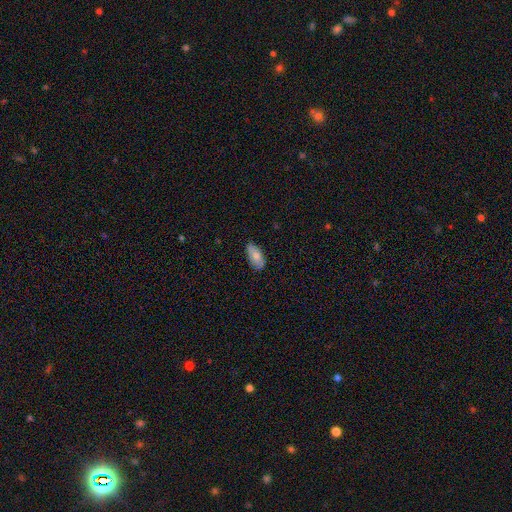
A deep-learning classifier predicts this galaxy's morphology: The model was most divided on "merging": none: 79%, minor disturbance: 17%, major disturbance: 3%, merger: 1%. More confident: how rounded — in between (90%); smooth or featured — smooth (78%).